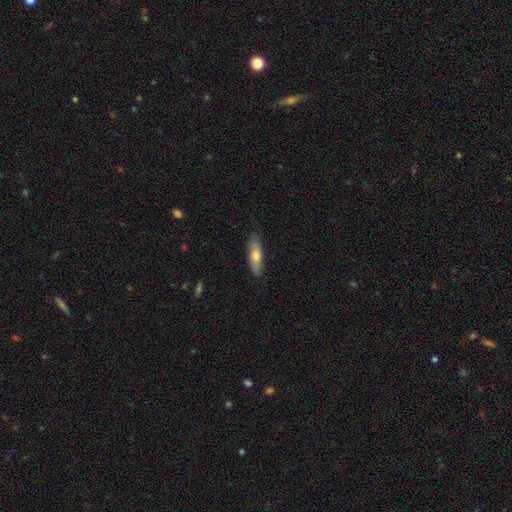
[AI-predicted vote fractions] smooth_or_featured: smooth (p=0.66) [alt: featured or disk p=0.28]
how_rounded: cigar-shaped (p=0.54) [alt: in between p=0.44]
merging: none (p=0.78) [alt: minor disturbance p=0.18]